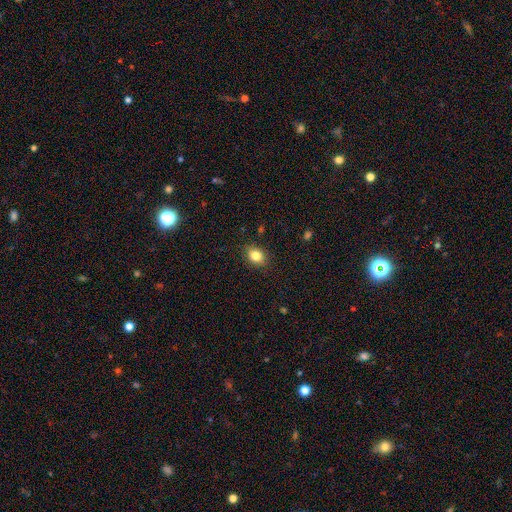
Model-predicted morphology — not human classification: This is clearly a smooth galaxy (82%). How rounded: likely in between (62%). Merging: clearly none (87%).